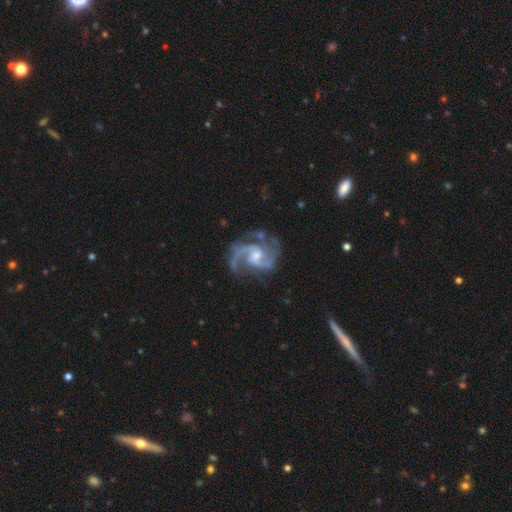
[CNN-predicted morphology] This appears to be a featured or disk galaxy (93%) with a weak bar (52%), 2 (72%) medium (61%) spiral arms (98%) and a moderate central bulge (46%). Merging: none (68%).